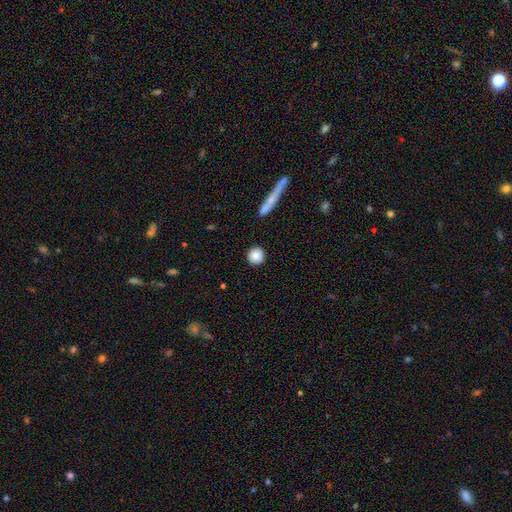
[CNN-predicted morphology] The model was most divided on "smooth or featured": smooth: 86%, star or artifact: 7%, featured or disk: 7%. More confident: how rounded — round (92%); merging — none (90%).